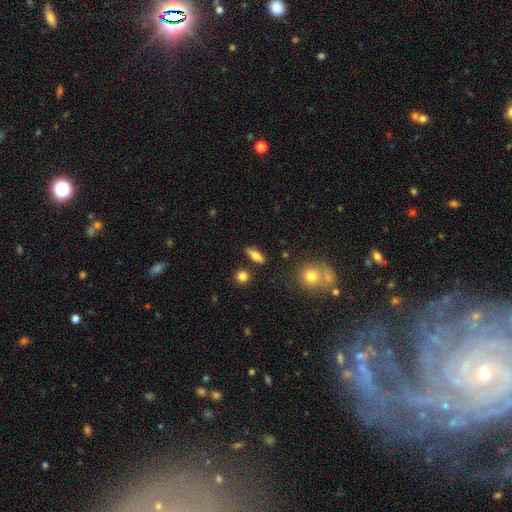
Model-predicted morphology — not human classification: smooth 74%, featured or disk 18%, star or artifact 8%. Down the decision tree: how rounded — in between (63%); merging — none (84%).